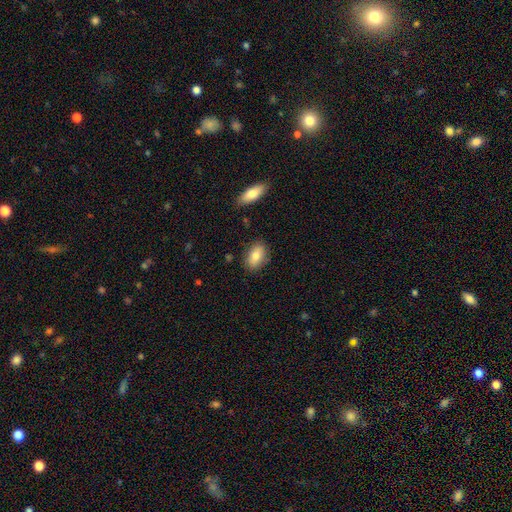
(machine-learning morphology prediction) smooth 82%, featured or disk 11%, star or artifact 7%. Down the decision tree: how rounded — in between (89%); merging — none (83%).